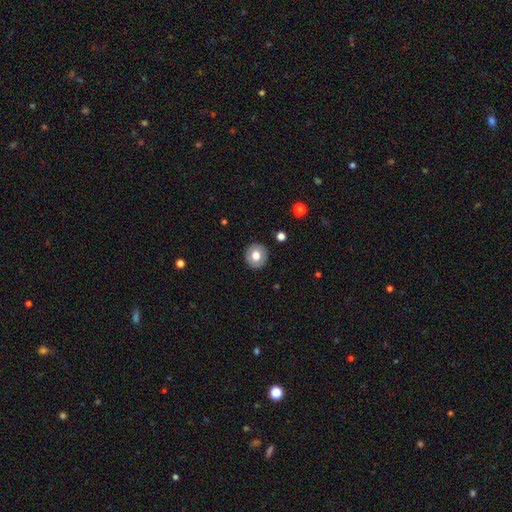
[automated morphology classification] A smooth galaxy with no disk features (74%) that is round (89%).

Vote fractions:
- Smooth or featured? smooth: 74% / featured or disk: 17% / star or artifact: 9%
- How rounded? round: 89% / in between: 10% / cigar-shaped: 1%
- Merging? none: 90% / minor disturbance: 7% / major disturbance: 2% / merger: 1%